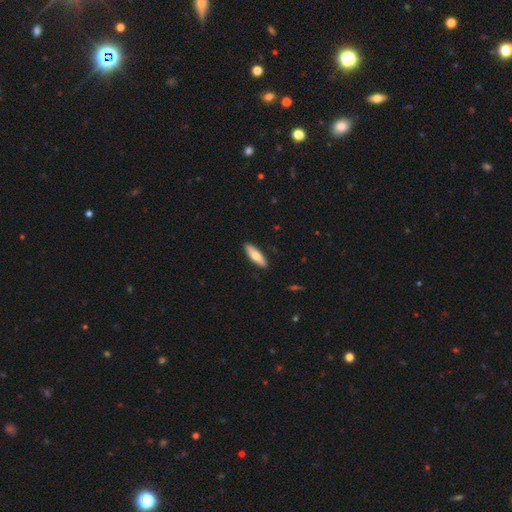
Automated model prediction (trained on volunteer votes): A smooth galaxy with no disk features (70%) that is cigar-shaped (55%).

Vote fractions:
- Smooth or featured? smooth: 70% / featured or disk: 25% / star or artifact: 5%
- How rounded? cigar-shaped: 55% / in between: 43% / round: 2%
- Merging? none: 90% / minor disturbance: 8% / major disturbance: 1% / merger: 1%